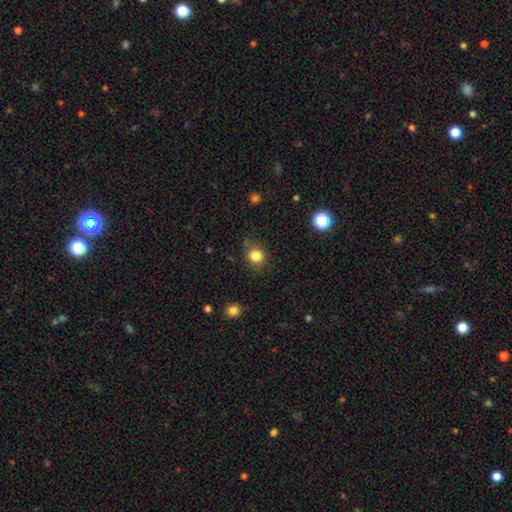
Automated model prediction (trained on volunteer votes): smooth-or-featured: smooth: 83% | star or artifact: 12% | featured or disk: 5%
  how-rounded: round: 85% | in between: 14% | cigar-shaped: 1%
  merging: none: 81% | minor disturbance: 13% | major disturbance: 4% | merger: 3%